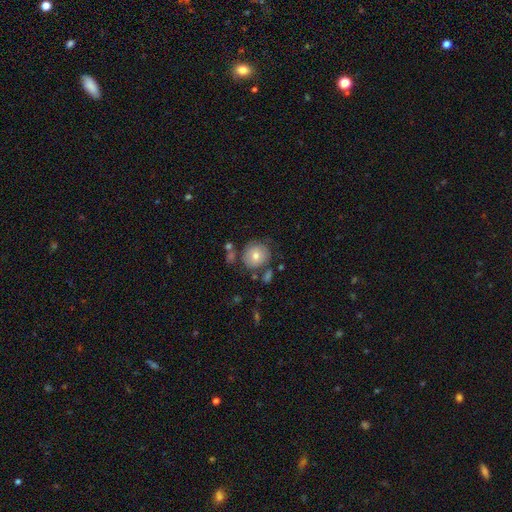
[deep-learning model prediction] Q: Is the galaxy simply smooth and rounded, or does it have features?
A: smooth — 71%.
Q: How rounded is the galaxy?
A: round — 90%.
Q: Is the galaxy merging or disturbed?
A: none — 72%.